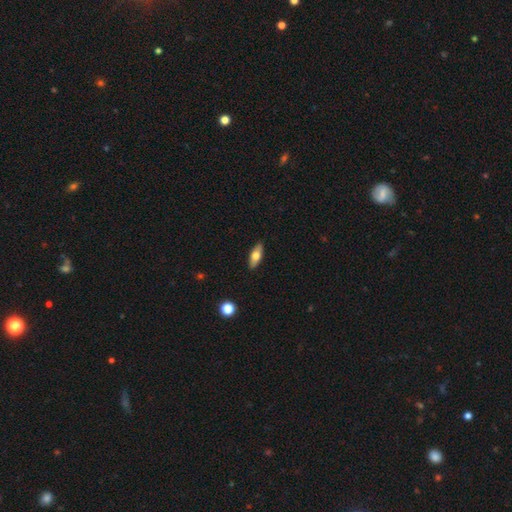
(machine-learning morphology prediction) Overall: smooth (63%; featured or disk 30%). How rounded: in between (72%). Merging: none (89%).